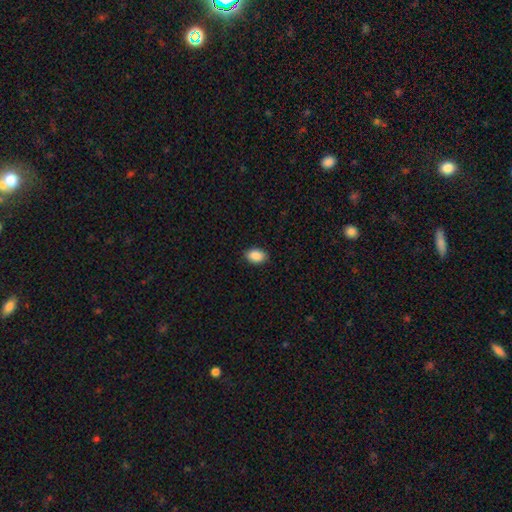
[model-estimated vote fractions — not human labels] This appears to be a smooth galaxy with no disk features (89%) that is in between round and cigar-shaped (86%). Merging: none (89%).